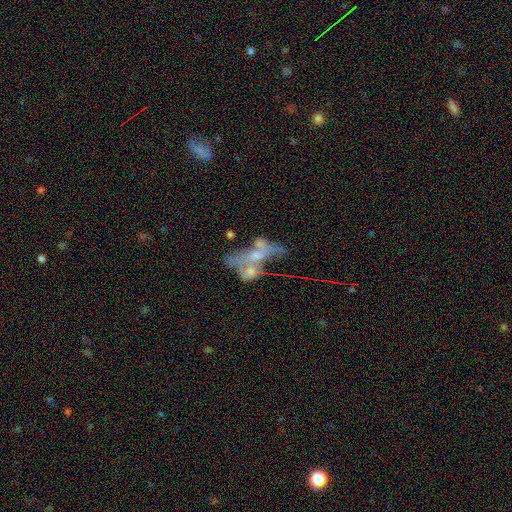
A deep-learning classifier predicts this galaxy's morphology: A featured or disk galaxy (57%) with no bar (84%), no spiral arms (81%) and no central bulge (34%). Merging: merger (58%).